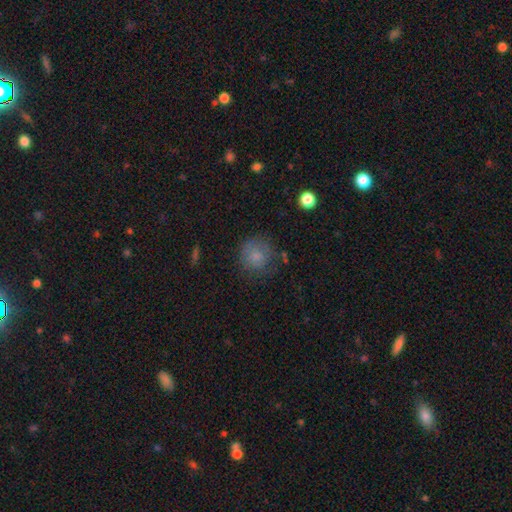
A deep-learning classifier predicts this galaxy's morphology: This appears to be a smooth galaxy with no disk features (78%) that is round (89%). Merging: none (69%).